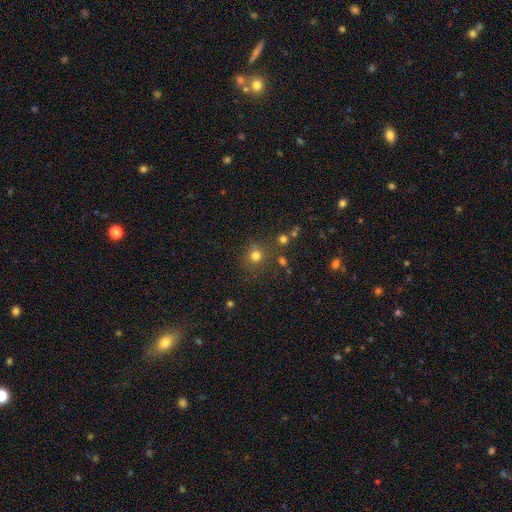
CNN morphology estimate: type=smooth (75%); roundness=round (89%); merging=none (76%).